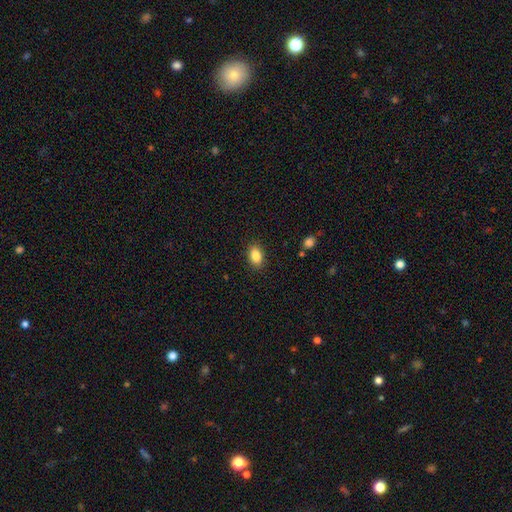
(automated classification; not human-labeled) This is clearly a smooth galaxy (87%). How rounded: clearly in between (86%). Merging: clearly none (88%).